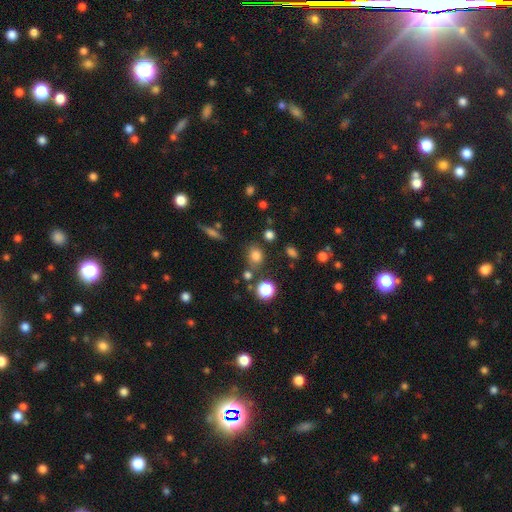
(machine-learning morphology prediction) A smooth galaxy with no disk features (77%) that is round (65%). Merging: none (74%).